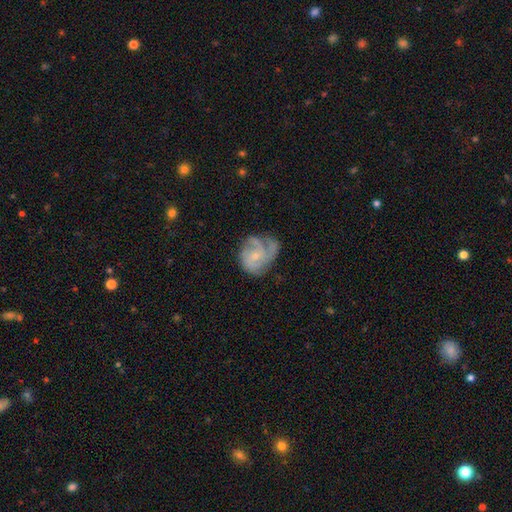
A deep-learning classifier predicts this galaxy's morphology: The model was most divided on "spiral winding": medium: 43%, tight: 40%, loose: 17%. Remaining: edge-on disk — no (98%); spiral arms — yes (91%); smooth or featured — featured or disk (75%); bar — no (74%); bulge size — small (73%); merging — none (48%); spiral arm count — 3 (42%).